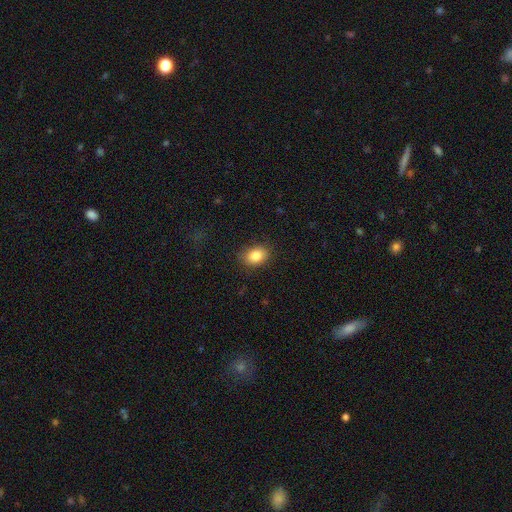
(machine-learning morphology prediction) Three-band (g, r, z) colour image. It shows a smooth galaxy with no disk features (85%) that is in between round and cigar-shaped (75%). Merging: none (85%).